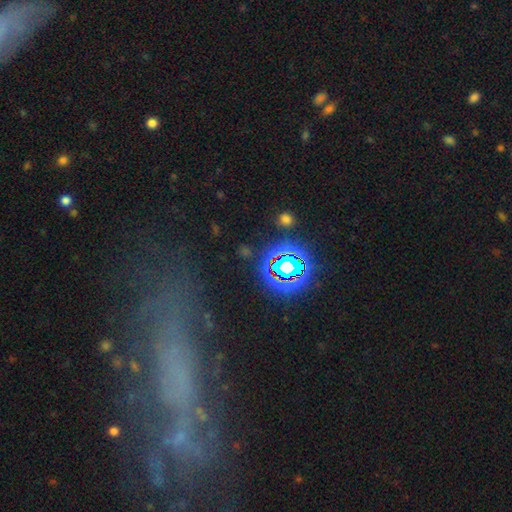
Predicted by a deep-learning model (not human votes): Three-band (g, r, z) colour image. It shows a star or artifact, not a galaxy (41%).